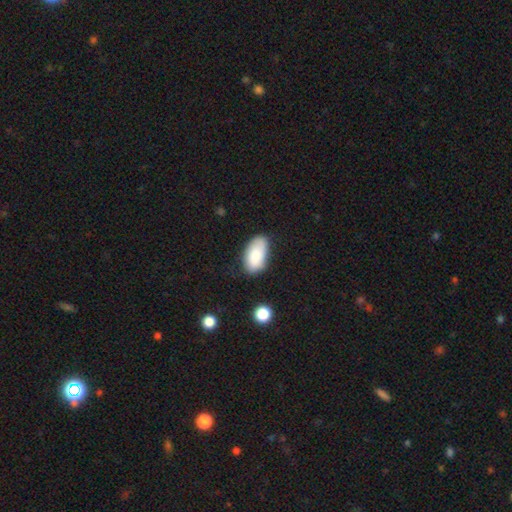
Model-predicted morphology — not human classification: smooth 86%, featured or disk 8%, star or artifact 7%. Down the decision tree: how rounded — in between (94%); merging — none (72%).